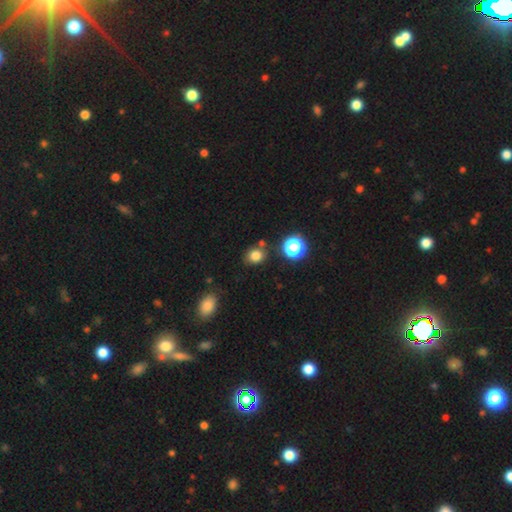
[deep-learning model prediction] Q: Smooth or featured?
A: smooth (80%); runner-up: star or artifact (15%)
Q: How rounded?
A: round (63%); runner-up: in between (36%)
Q: Merging?
A: none (76%); runner-up: minor disturbance (12%)